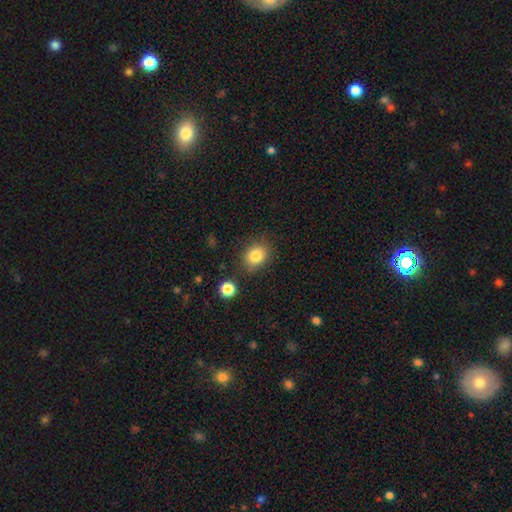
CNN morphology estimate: This is clearly a smooth galaxy (83%). How rounded: possibly round (54%). Merging: clearly none (82%).